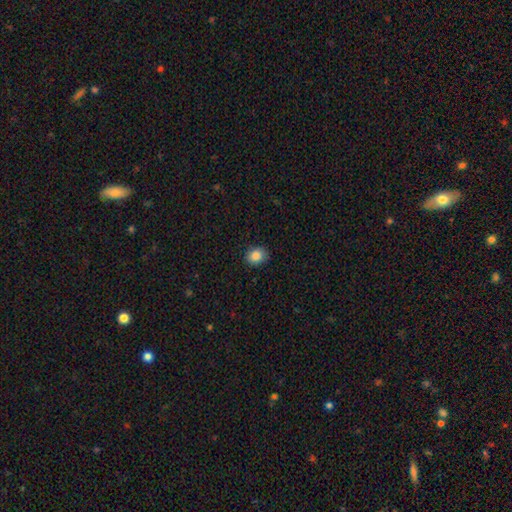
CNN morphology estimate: Overall: smooth (87%). How rounded: round (60%; in between 39%). Merging: none (86%).